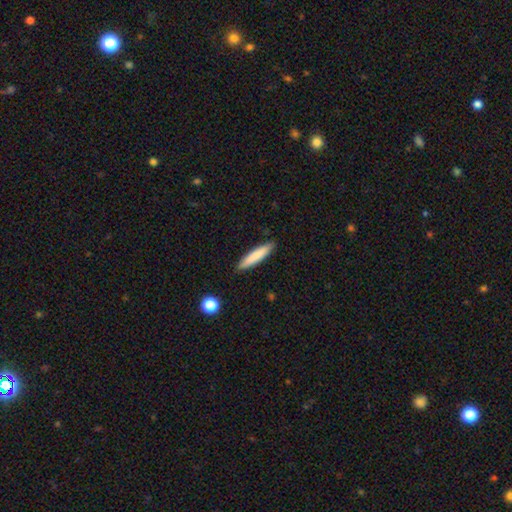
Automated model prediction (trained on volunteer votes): The model was most divided on "smooth or featured": smooth: 81%, featured or disk: 14%, star or artifact: 6%. More confident: merging — none (89%); how rounded — cigar-shaped (89%).